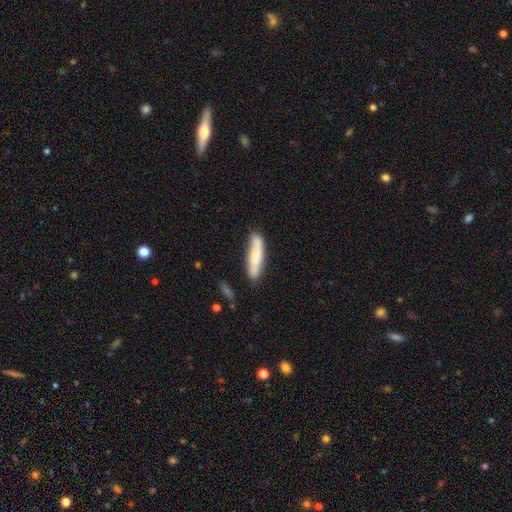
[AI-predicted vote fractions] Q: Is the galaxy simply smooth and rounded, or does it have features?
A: smooth — 66%.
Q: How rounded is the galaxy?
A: cigar-shaped — 79%.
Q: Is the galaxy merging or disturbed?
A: none — 76%.